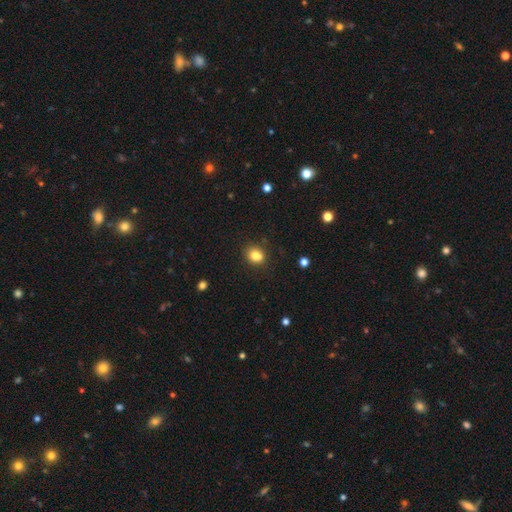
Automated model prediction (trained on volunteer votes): Morphology: type=smooth (82%); roundness=round (60%); merging=none (75%).